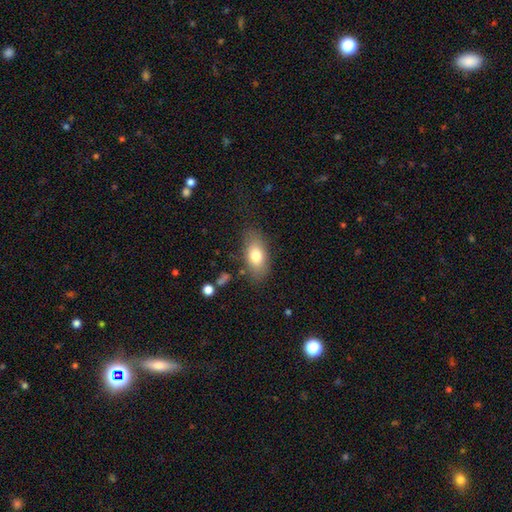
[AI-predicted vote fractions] Smooth or featured? smooth (76%)
How rounded? in between (88%)
Merging? none (77%)